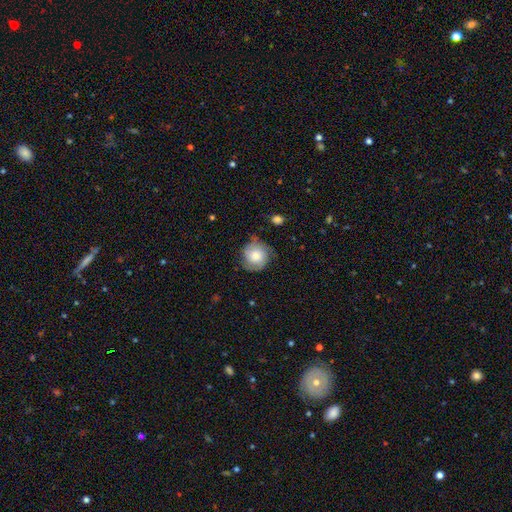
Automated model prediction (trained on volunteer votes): Smooth or featured?
  - smooth: 56% *
  - featured or disk: 36%
  - star or artifact: 8%
How rounded?
  - round: 88% *
  - in between: 11%
  - cigar-shaped: 1%
Merging?
  - none: 68% *
  - minor disturbance: 23%
  - major disturbance: 7%
  - merger: 2%